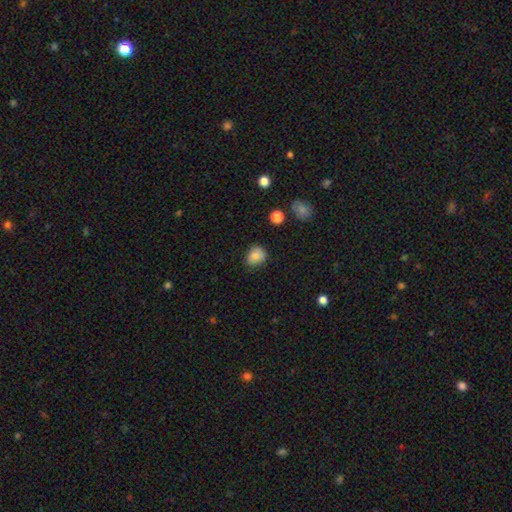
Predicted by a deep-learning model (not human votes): This appears to be a smooth galaxy with no disk features (82%) that is round (63%). Merging: none (68%).